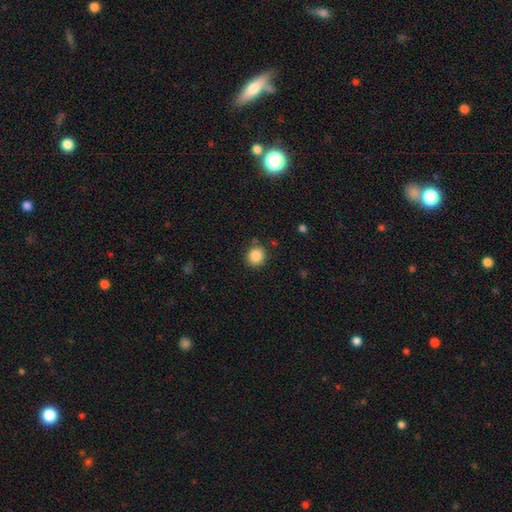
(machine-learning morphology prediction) smooth_or_featured: smooth (p=0.87) [alt: star or artifact p=0.09]
how_rounded: round (p=0.86) [alt: in between p=0.13]
merging: none (p=0.85) [alt: minor disturbance p=0.09]